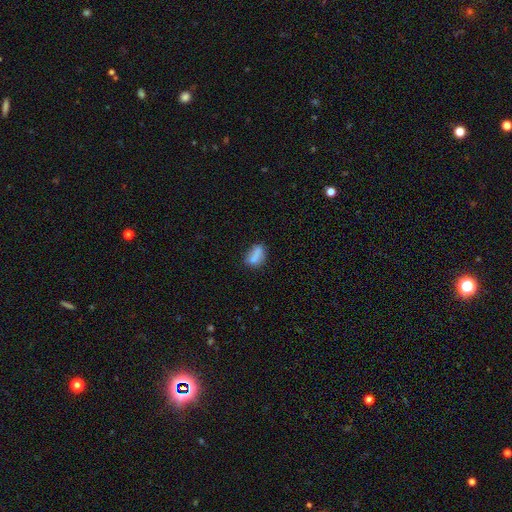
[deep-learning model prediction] smooth 78%, featured or disk 13%, star or artifact 9%. Down the decision tree: how rounded — in between (72%); merging — none (61%).